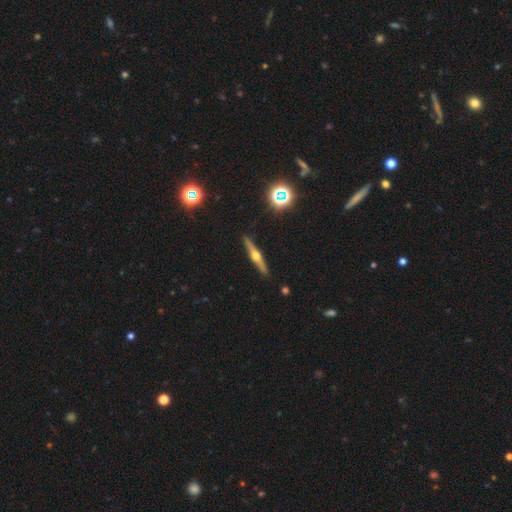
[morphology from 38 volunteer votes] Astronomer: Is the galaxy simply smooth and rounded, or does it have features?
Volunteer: featured or disk — 76%.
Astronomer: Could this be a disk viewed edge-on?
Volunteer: yes — 100%.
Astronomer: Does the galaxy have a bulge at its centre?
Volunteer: rounded — 97%.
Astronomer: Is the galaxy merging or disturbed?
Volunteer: none — 92%.